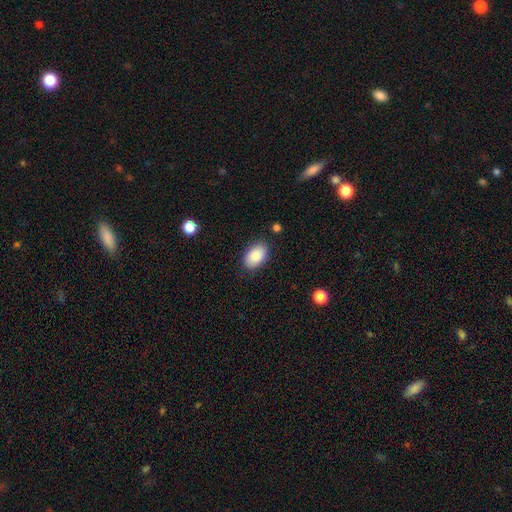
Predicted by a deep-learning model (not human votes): Q: Smooth or featured?
A: smooth (89%); runner-up: star or artifact (6%)
Q: How rounded?
A: in between (93%); runner-up: round (6%)
Q: Merging?
A: none (85%); runner-up: minor disturbance (11%)